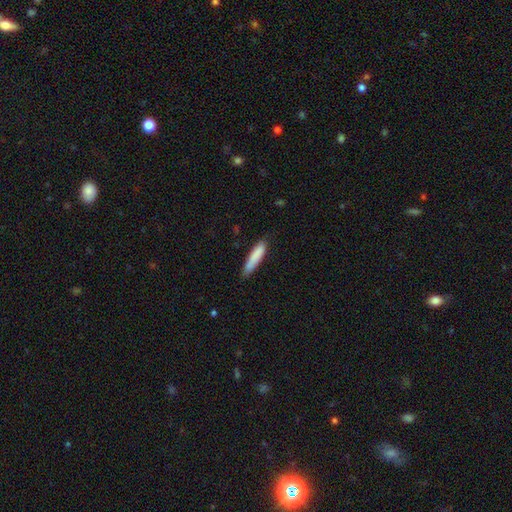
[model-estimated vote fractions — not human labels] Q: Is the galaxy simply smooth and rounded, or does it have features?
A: smooth — 84%.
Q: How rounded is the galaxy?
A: cigar-shaped — 83%.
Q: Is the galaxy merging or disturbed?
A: none — 73%.